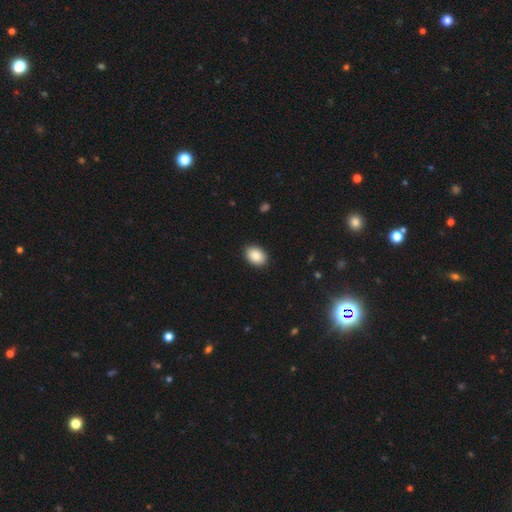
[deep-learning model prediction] smooth_or_featured: smooth (p=0.89) [alt: star or artifact p=0.07]
how_rounded: in between (p=0.78) [alt: round p=0.21]
merging: none (p=0.91) [alt: minor disturbance p=0.07]